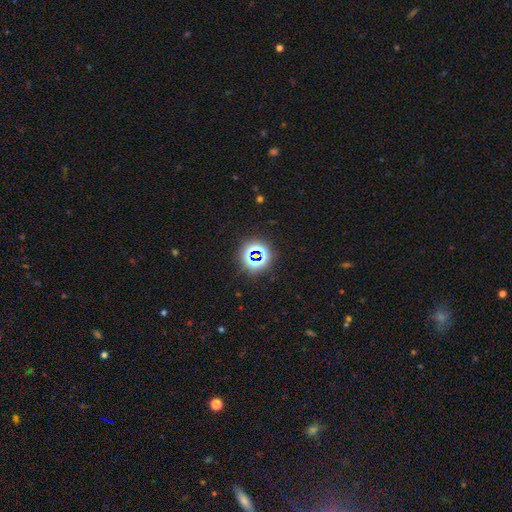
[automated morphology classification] The model was most divided on "smooth or featured": star or artifact: 71%, smooth: 20%, featured or disk: 9%.